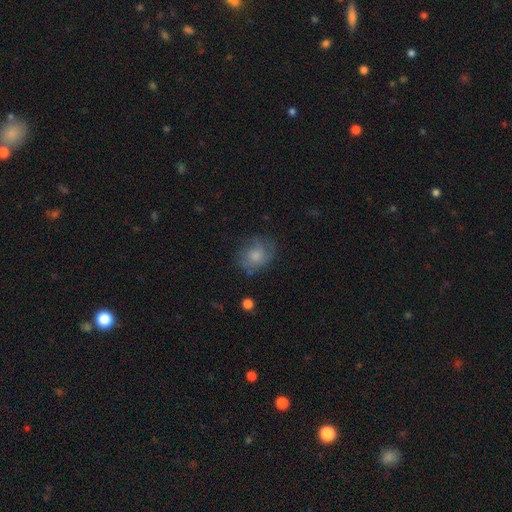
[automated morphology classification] Smooth or featured? smooth (60%)
How rounded? round (53%)
Merging? none (59%)